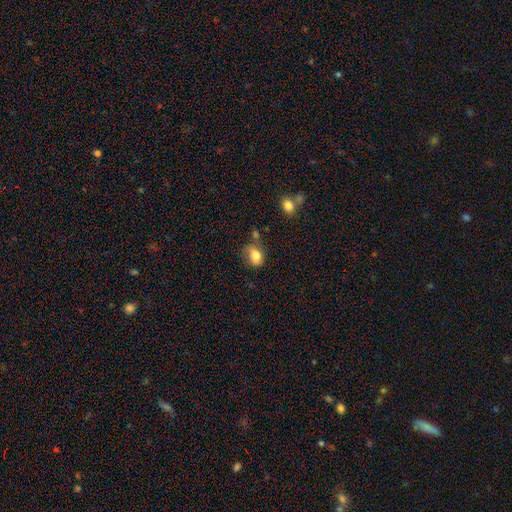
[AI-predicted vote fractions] smooth 80%, featured or disk 11%, star or artifact 9%. Down the decision tree: how rounded — in between (72%); merging — none (50%).